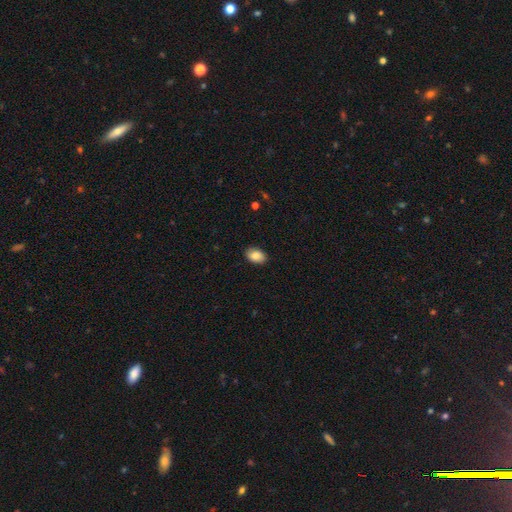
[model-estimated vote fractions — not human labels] A smooth galaxy with no disk features (85%) that is in between round and cigar-shaped (86%).

Vote fractions:
- Smooth or featured? smooth: 85% / featured or disk: 7% / star or artifact: 7%
- How rounded? in between: 86% / round: 12% / cigar-shaped: 1%
- Merging? none: 89% / minor disturbance: 8% / major disturbance: 2% / merger: 1%